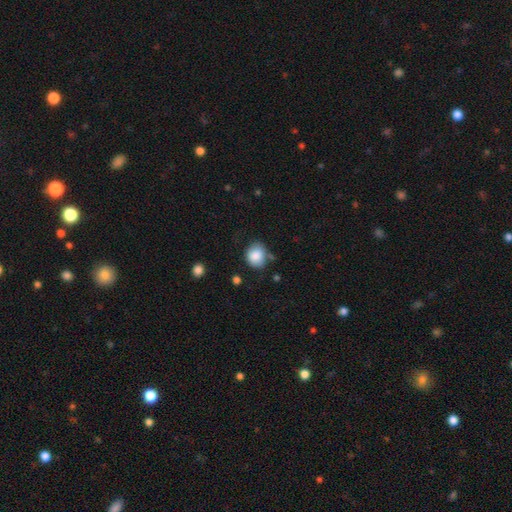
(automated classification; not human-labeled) A smooth galaxy with no disk features (86%) that is round (64%).

Vote fractions:
- Smooth or featured? smooth: 86% / star or artifact: 8% / featured or disk: 6%
- How rounded? round: 64% / in between: 36% / cigar-shaped: 1%
- Merging? none: 66% / minor disturbance: 22% / major disturbance: 6% / merger: 5%